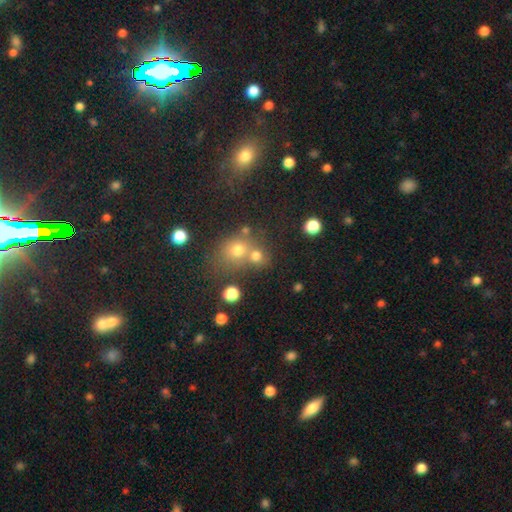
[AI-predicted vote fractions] This is likely a smooth galaxy (71%). How rounded: likely round (79%). Merging: marginally none (45%).